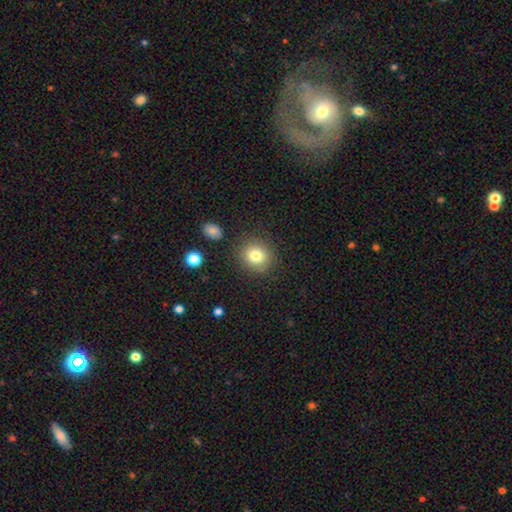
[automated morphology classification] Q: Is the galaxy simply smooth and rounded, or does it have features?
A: smooth — 80%.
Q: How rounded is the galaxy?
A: round — 83%.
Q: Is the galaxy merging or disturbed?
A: none — 85%.